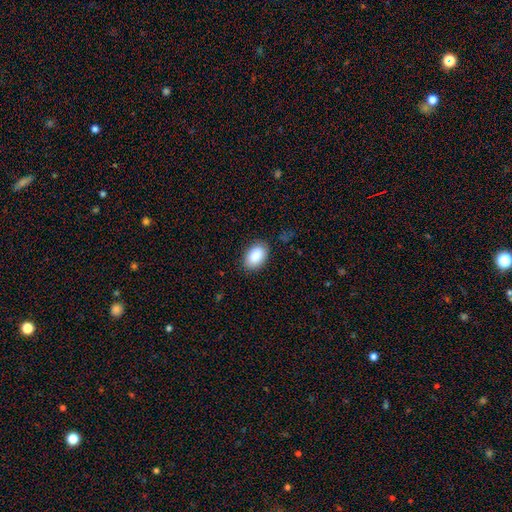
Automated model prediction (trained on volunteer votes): Smooth or featured: smooth — 88% (star or artifact — 7%)
How rounded: in between — 89% (round — 10%)
Merging: none — 85% (minor disturbance — 11%)